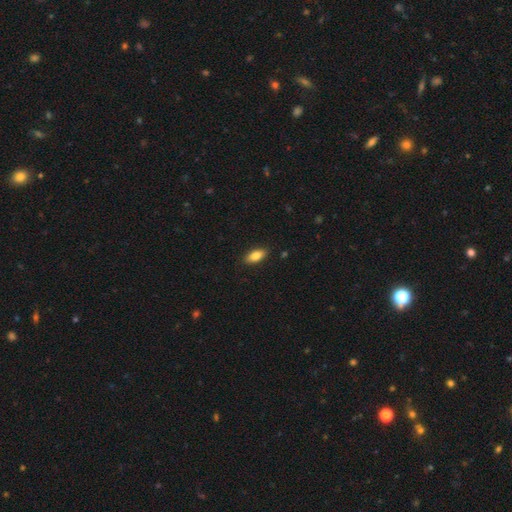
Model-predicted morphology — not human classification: Smooth or featured? smooth (85%)
How rounded? in between (88%)
Merging? none (87%)